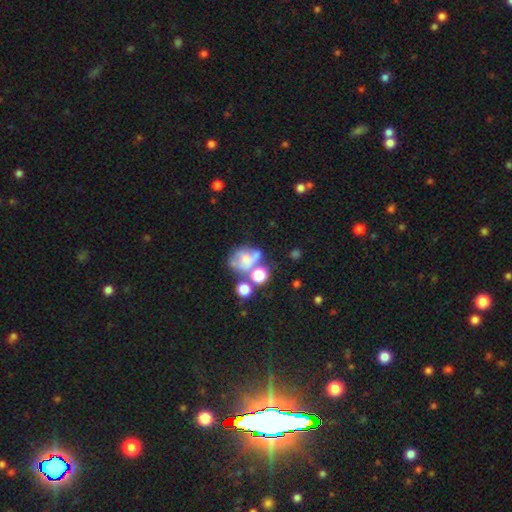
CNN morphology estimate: smooth_or_featured: smooth (p=0.37) [alt: featured or disk p=0.34]
merging: none (p=0.37) [alt: merger p=0.32]